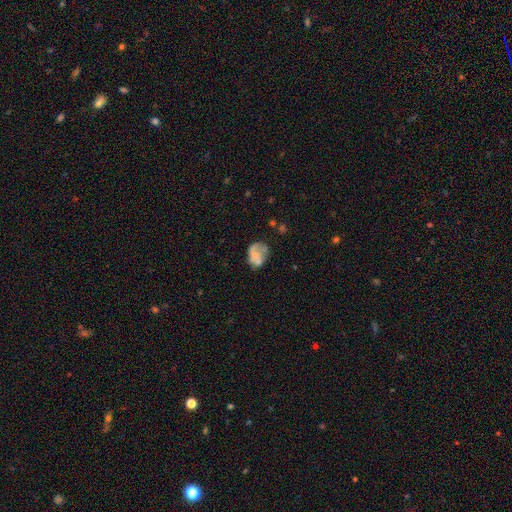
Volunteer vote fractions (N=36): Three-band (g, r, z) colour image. It shows a smooth galaxy with no disk features (58%) that is in between round and cigar-shaped (52%). Merging: none (33%).